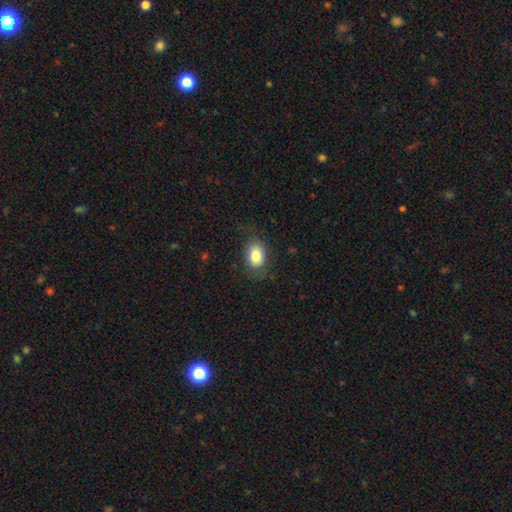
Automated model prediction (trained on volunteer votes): A smooth galaxy with no disk features (81%) that is in between round and cigar-shaped (73%). Merging: none (79%).